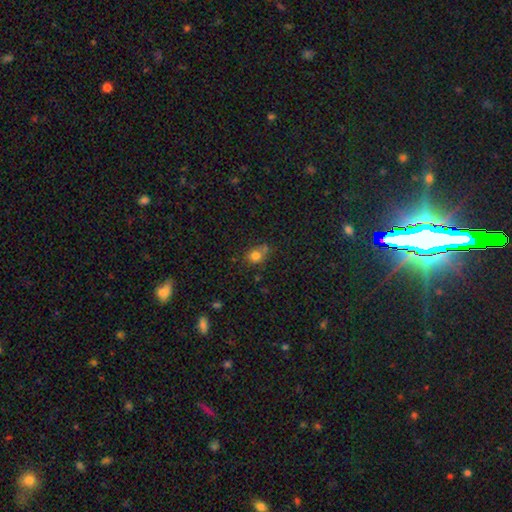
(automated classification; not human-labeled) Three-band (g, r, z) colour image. It shows a smooth galaxy with no disk features (78%) that is round (68%). Merging: none (55%).